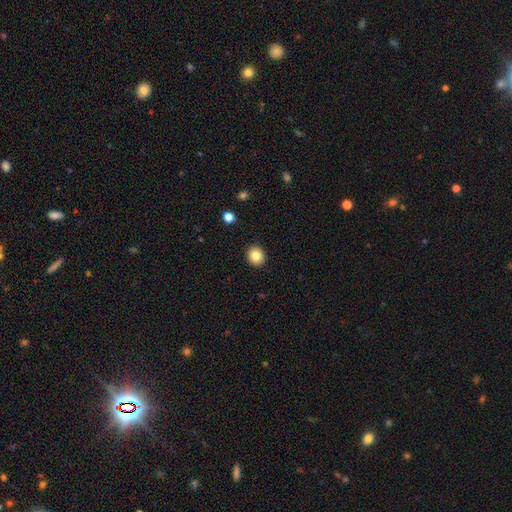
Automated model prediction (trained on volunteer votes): Overall: smooth (84%). How rounded: round (79%). Merging: none (92%).